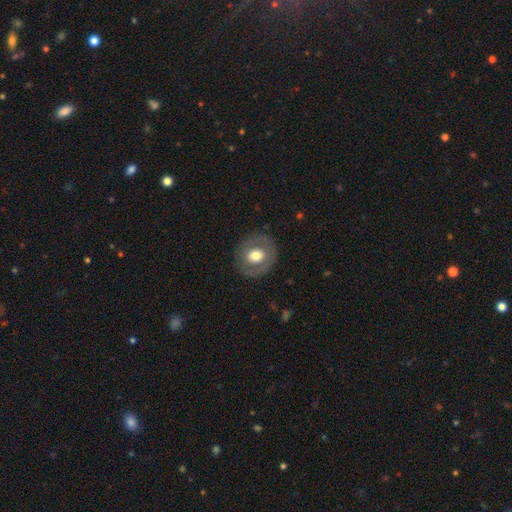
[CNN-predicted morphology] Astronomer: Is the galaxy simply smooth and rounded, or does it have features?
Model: smooth — 59%.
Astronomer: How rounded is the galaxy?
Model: round — 76%.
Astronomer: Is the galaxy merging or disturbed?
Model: none — 83%.